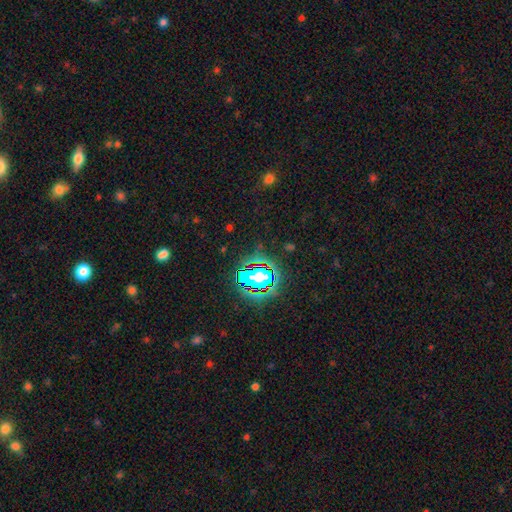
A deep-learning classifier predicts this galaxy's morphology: A star or artifact, not a galaxy (79%).